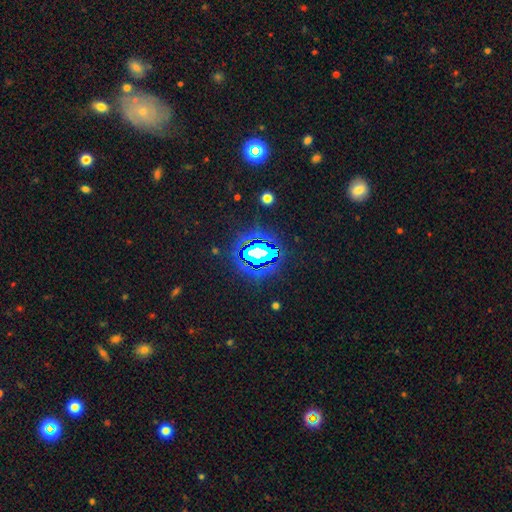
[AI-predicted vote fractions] Smooth or featured: star or artifact — 74% (smooth — 14%)